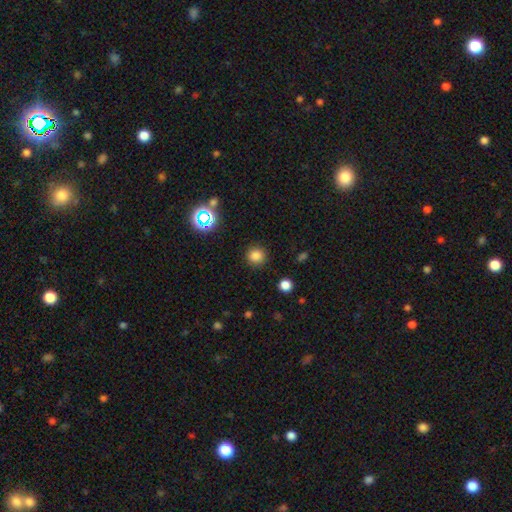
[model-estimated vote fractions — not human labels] A smooth galaxy with no disk features (79%) that is round (93%).

Vote fractions:
- Smooth or featured? smooth: 79% / star or artifact: 16% / featured or disk: 4%
- How rounded? round: 93% / in between: 6% / cigar-shaped: 1%
- Merging? none: 89% / minor disturbance: 7% / major disturbance: 3% / merger: 1%